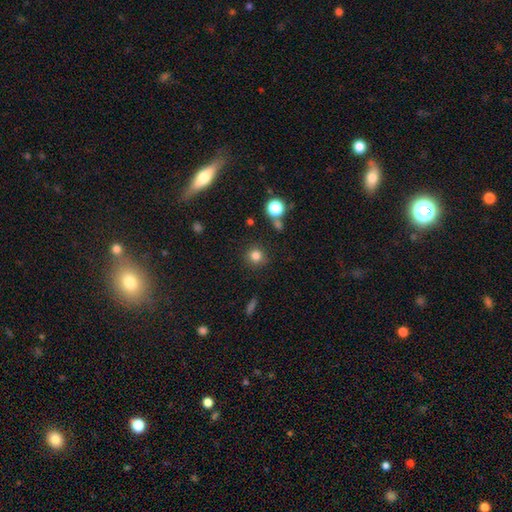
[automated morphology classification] A smooth galaxy with no disk features (82%) that is round (91%). Merging: none (86%).